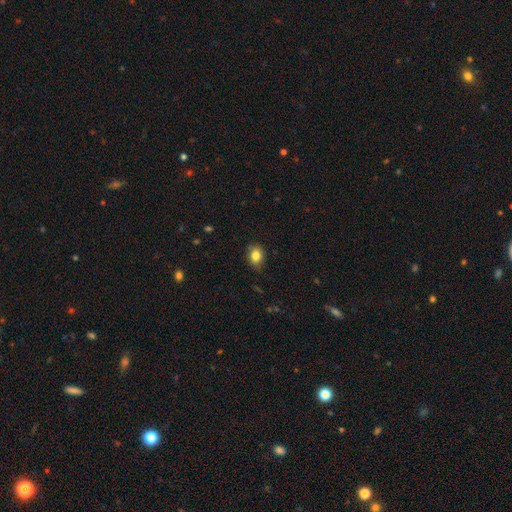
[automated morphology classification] smooth 83%, star or artifact 9%, featured or disk 8%. Down the decision tree: how rounded — in between (62%); merging — none (80%).